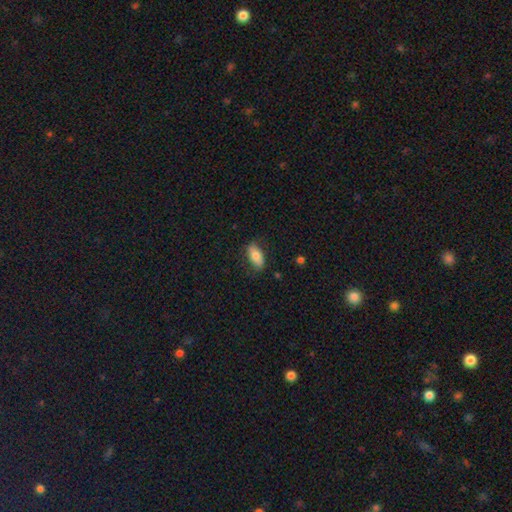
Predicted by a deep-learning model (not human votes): Smooth or featured?
  - smooth: 78% *
  - featured or disk: 15%
  - star or artifact: 6%
How rounded?
  - in between: 87% *
  - cigar-shaped: 10%
  - round: 3%
Merging?
  - none: 77% *
  - minor disturbance: 17%
  - major disturbance: 4%
  - merger: 1%